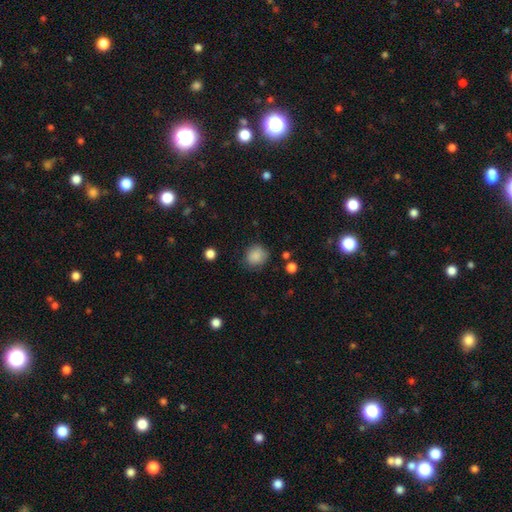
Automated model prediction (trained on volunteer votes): The model was most divided on "merging": none: 77%, minor disturbance: 16%, major disturbance: 5%, merger: 2%. More confident: smooth or featured — smooth (87%); how rounded — round (83%).